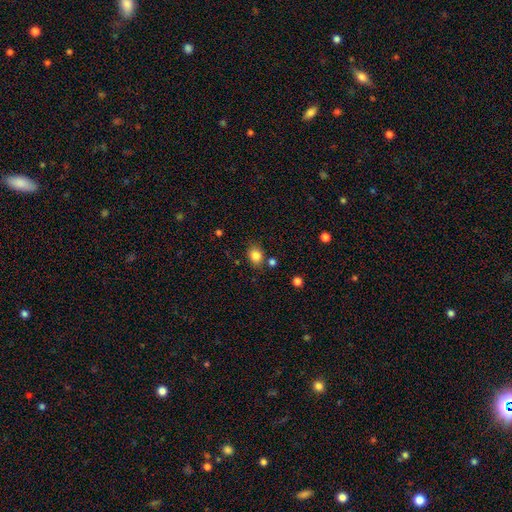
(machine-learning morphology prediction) Smooth or featured: smooth — 83% (star or artifact — 11%)
How rounded: round — 52% (in between — 47%)
Merging: none — 77% (minor disturbance — 13%)